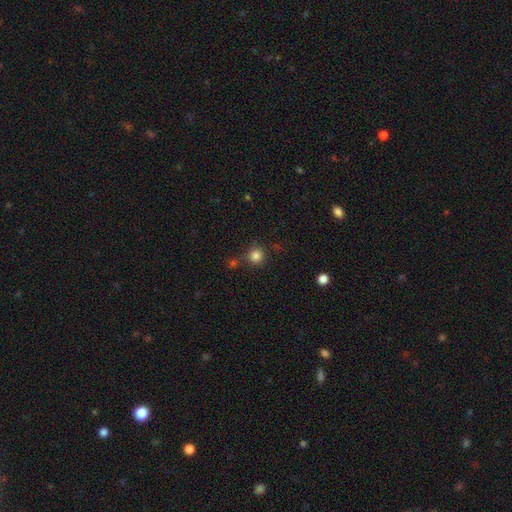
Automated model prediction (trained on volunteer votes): smooth_or_featured: smooth (p=0.83) [alt: star or artifact p=0.12]
how_rounded: round (p=0.93) [alt: in between p=0.06]
merging: none (p=0.78) [alt: minor disturbance p=0.10]